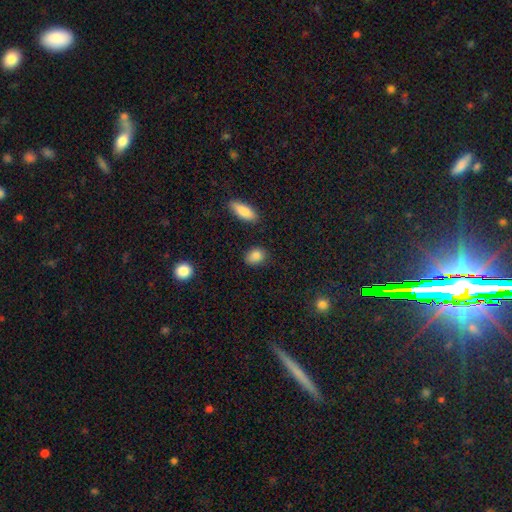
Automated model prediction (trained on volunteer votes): The model was most divided on "how rounded": in between: 64%, round: 34%, cigar-shaped: 3%. More confident: smooth or featured — smooth (87%); merging — none (78%).